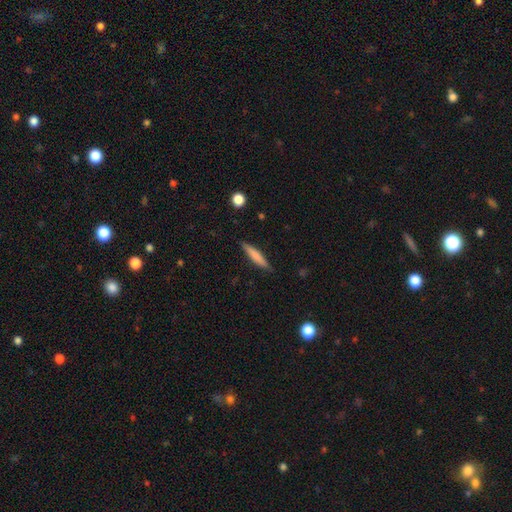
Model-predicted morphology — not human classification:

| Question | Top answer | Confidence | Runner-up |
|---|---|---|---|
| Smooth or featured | smooth | 69% | featured or disk (25%) |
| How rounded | cigar-shaped | 89% | in between (9%) |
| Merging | none | 87% | minor disturbance (10%) |